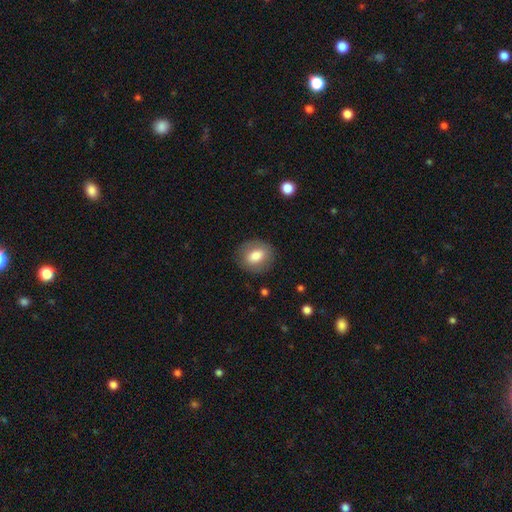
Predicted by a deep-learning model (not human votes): Smooth or featured? Predicted: smooth (p=0.73). How rounded? Predicted: round (p=0.52). Merging? Predicted: none (p=0.83).